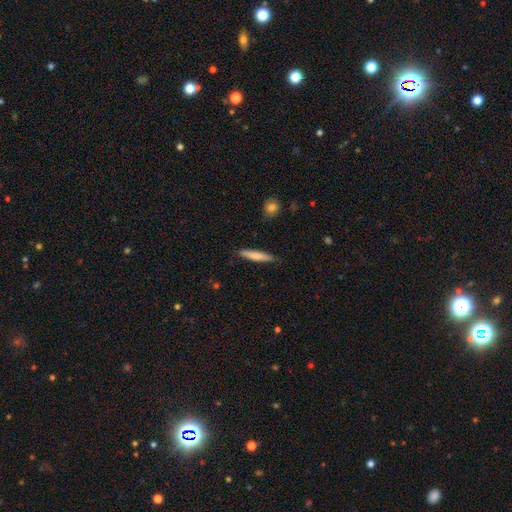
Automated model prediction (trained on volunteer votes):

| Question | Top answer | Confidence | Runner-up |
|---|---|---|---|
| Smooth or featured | smooth | 76% | featured or disk (19%) |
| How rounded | cigar-shaped | 90% | in between (9%) |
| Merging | none | 87% | minor disturbance (10%) |